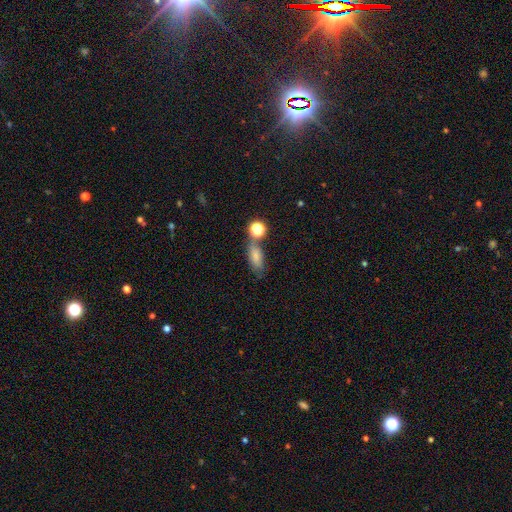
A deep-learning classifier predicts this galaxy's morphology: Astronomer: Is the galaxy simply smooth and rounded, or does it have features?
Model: smooth — 77%.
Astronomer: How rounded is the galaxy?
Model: in between — 72%.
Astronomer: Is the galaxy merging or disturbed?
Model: none — 52%.